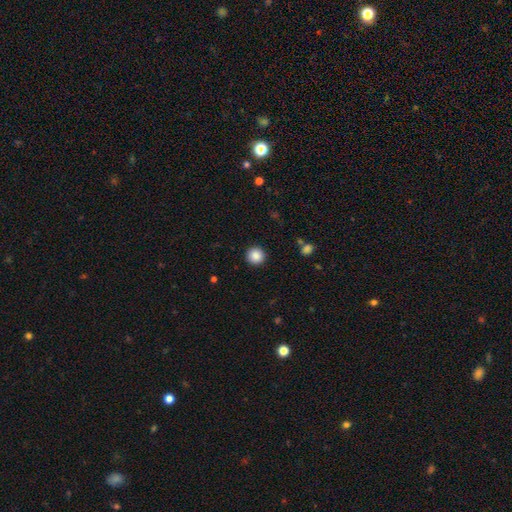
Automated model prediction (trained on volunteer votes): Overall: smooth (88%). How rounded: round (95%). Merging: none (92%).